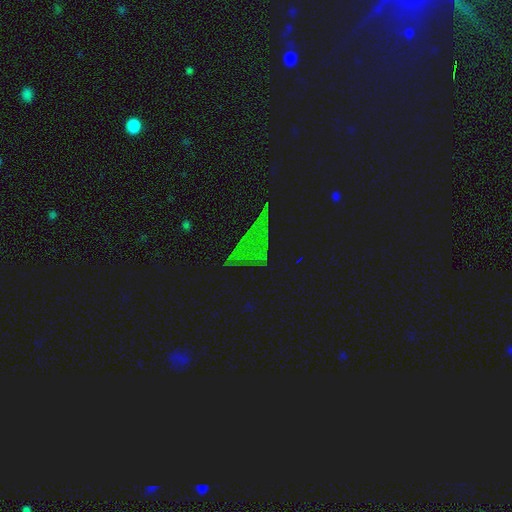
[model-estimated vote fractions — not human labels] Smooth or featured: star or artifact — 76% (smooth — 14%)